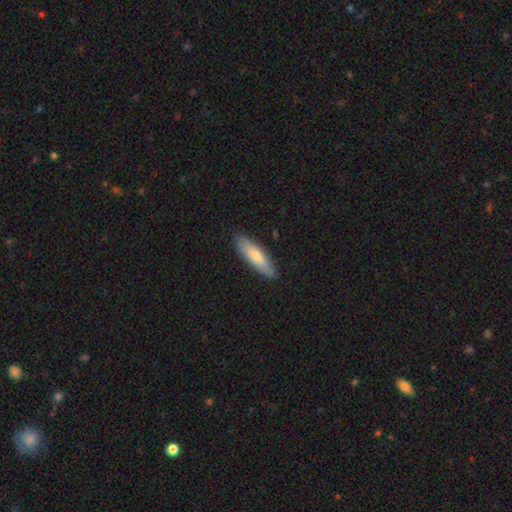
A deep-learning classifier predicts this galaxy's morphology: Overall: smooth (72%). How rounded: cigar-shaped (62%; in between 36%). Merging: none (87%).